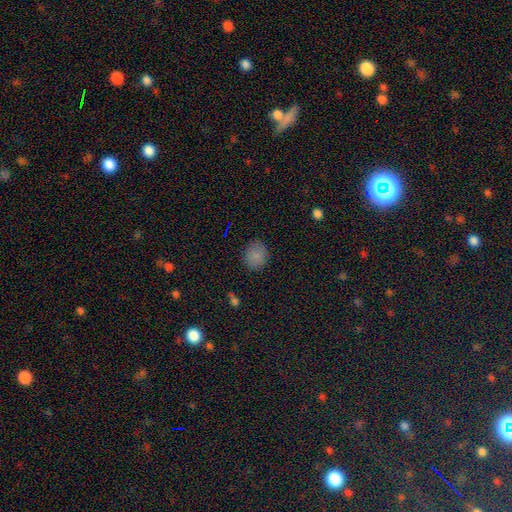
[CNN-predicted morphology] Overall: smooth (82%). How rounded: round (66%; in between 33%). Merging: none (85%).